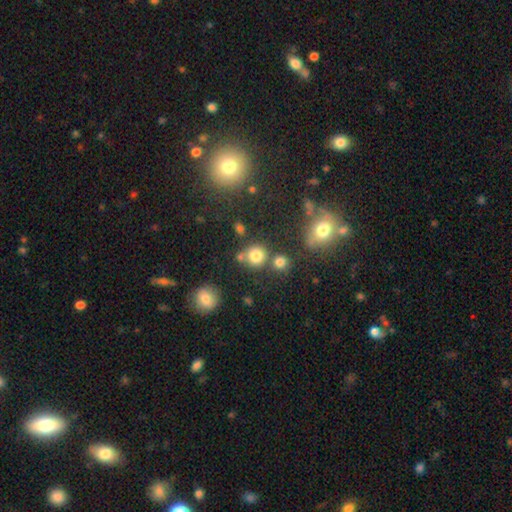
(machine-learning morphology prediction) Overall: smooth (78%). How rounded: round (86%). Merging: none (66%).